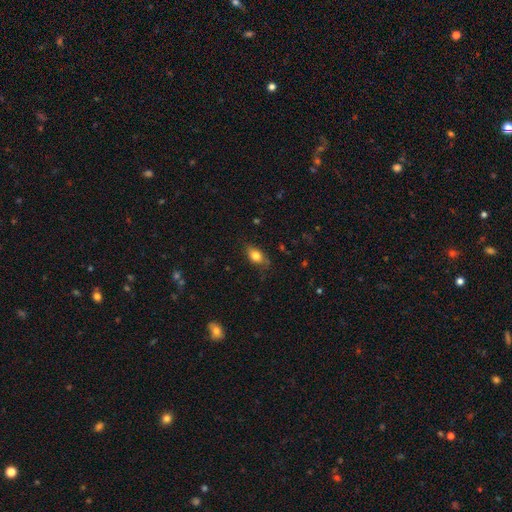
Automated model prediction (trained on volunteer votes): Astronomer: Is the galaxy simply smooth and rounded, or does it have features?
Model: smooth — 80%.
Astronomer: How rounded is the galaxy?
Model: in between — 82%.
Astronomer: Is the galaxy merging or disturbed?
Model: none — 75%.